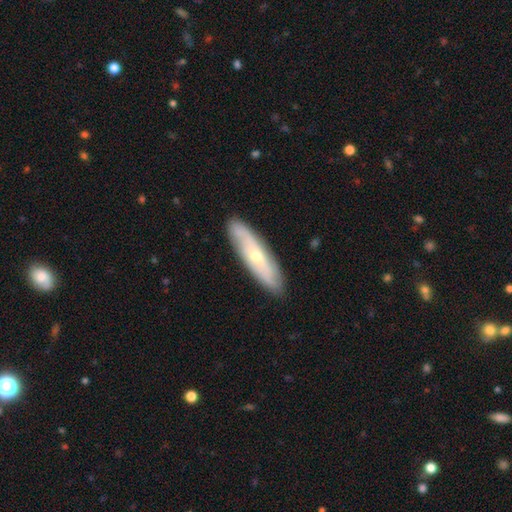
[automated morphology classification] This is possibly a featured or disk galaxy (56%). It is possibly not viewed edge-on (59%). Merging: clearly none (87%).